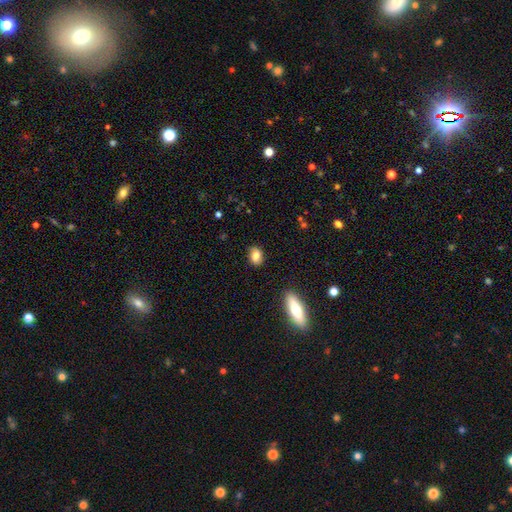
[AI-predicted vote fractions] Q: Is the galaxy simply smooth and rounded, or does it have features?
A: smooth — 77%.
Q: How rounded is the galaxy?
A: in between — 71%.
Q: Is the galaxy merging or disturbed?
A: none — 81%.